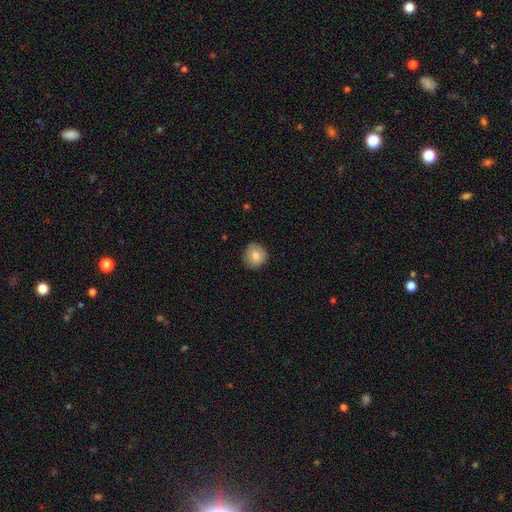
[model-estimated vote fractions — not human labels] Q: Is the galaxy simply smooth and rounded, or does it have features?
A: smooth — 82%.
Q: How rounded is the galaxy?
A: round — 90%.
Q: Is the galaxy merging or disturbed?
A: none — 84%.